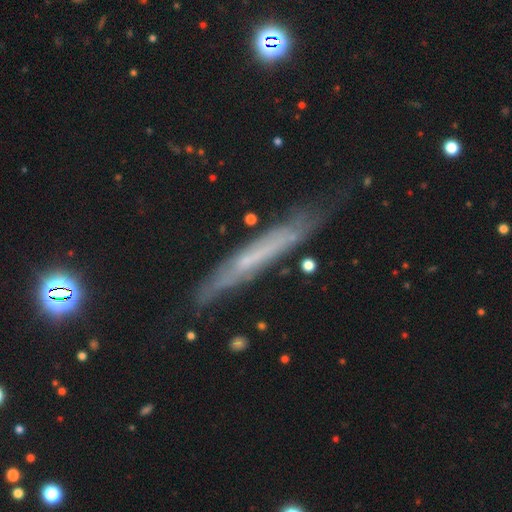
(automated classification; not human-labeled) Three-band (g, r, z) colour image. It shows a featured or disk galaxy (62%) viewed edge-on (78%). Merging: none (74%).